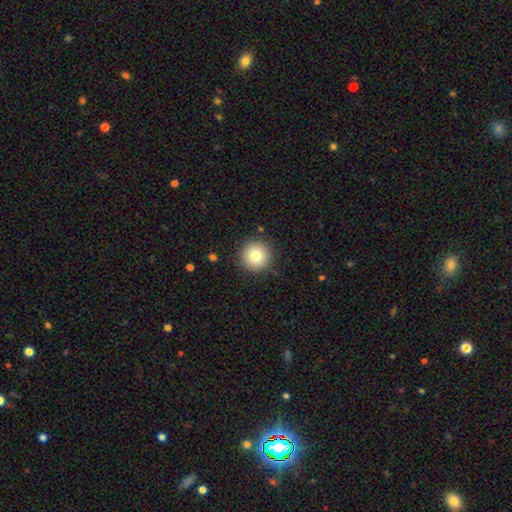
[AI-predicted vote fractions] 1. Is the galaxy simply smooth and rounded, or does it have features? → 77% smooth, 12% featured or disk, 10% star or artifact.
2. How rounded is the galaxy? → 96% round, 3% in between, 1% cigar-shaped.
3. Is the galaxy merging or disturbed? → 90% none, 7% minor disturbance, 2% major disturbance, 1% merger.